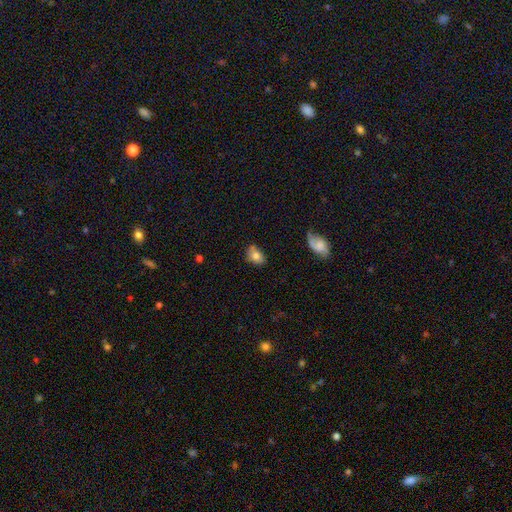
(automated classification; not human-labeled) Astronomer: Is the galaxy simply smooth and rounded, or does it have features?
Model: smooth — 75%.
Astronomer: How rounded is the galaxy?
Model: in between — 76%.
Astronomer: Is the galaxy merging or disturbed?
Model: none — 60%.